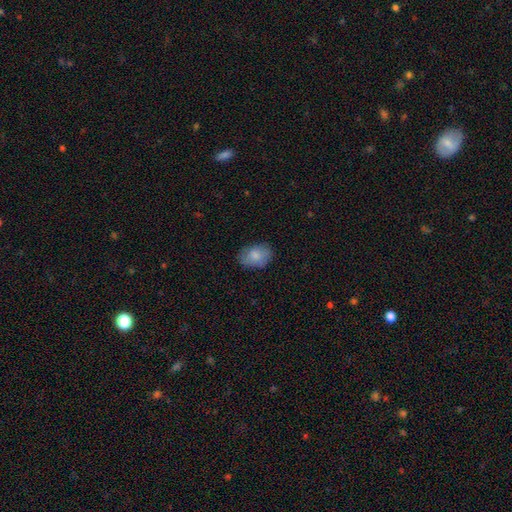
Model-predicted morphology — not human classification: Overall: smooth (83%). How rounded: in between (80%). Merging: none (79%).